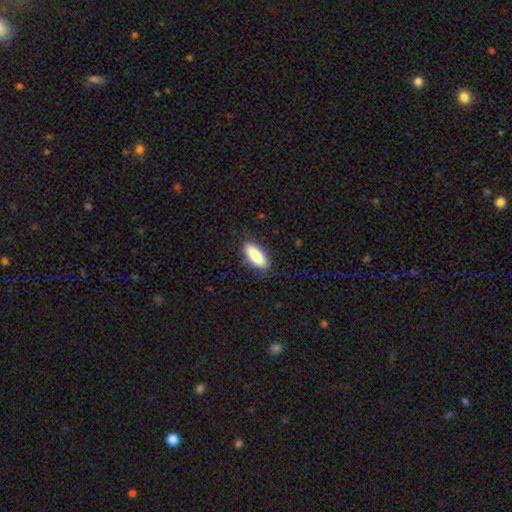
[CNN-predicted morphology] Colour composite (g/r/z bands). It shows a smooth galaxy with no disk features (86%) that is in between round and cigar-shaped (82%). Merging: none (84%).